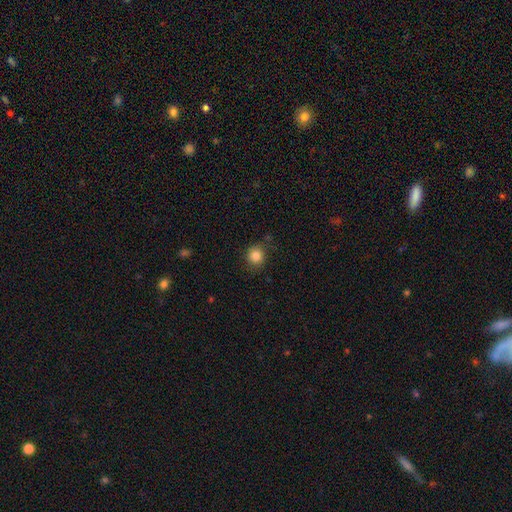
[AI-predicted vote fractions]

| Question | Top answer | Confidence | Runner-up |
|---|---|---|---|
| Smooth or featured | smooth | 84% | star or artifact (10%) |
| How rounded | round | 85% | in between (14%) |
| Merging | none | 77% | minor disturbance (16%) |